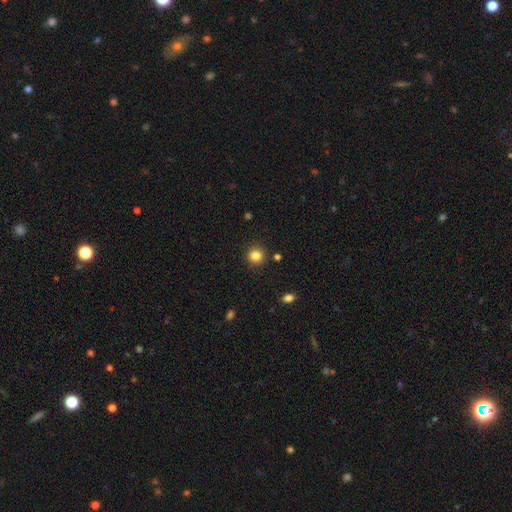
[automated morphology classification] Smooth or featured? smooth (83%)
How rounded? round (91%)
Merging? none (89%)